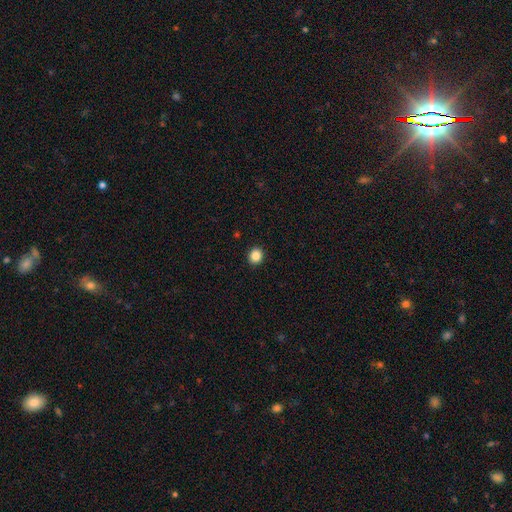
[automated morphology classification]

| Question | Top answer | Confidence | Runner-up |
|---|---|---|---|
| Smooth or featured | smooth | 86% | star or artifact (10%) |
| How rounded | round | 83% | in between (16%) |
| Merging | none | 93% | minor disturbance (5%) |